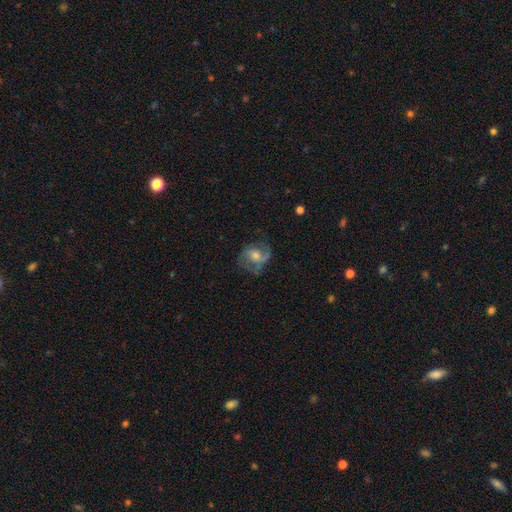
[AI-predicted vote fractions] featured or disk 66%, smooth 27%, star or artifact 8%. Down the decision tree: edge-on disk — no (97%); bar — no (59%); spiral arms — yes (87%); spiral arm count — 2 (69%); spiral winding — medium (47%); bulge size — moderate (56%); merging — none (57%).